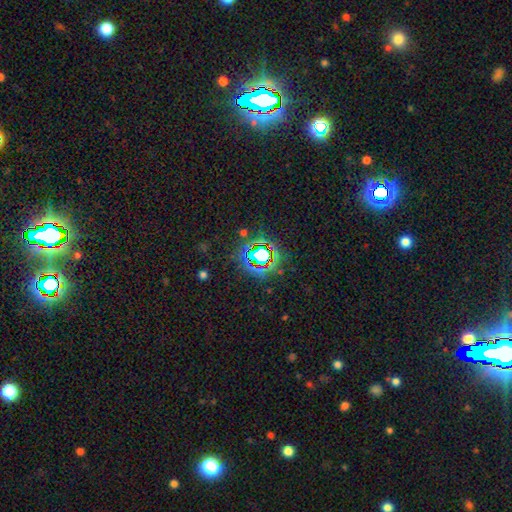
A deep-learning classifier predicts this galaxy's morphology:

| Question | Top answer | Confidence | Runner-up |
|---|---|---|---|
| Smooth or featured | star or artifact | 72% | smooth (17%) |